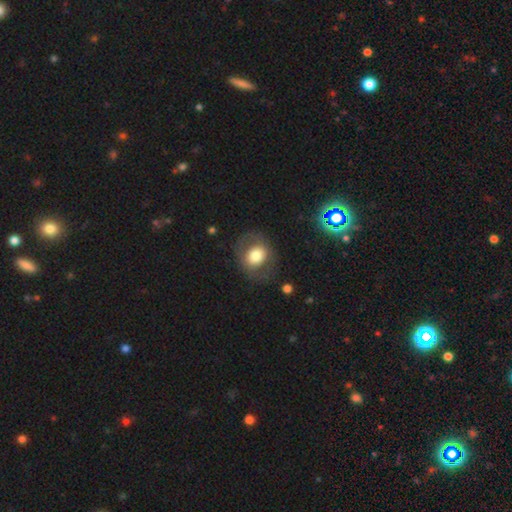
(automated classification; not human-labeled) smooth-or-featured: smooth: 64% | featured or disk: 28% | star or artifact: 8%
  how-rounded: round: 61% | in between: 38% | cigar-shaped: 1%
  merging: none: 74% | minor disturbance: 14% | major disturbance: 10% | merger: 1%